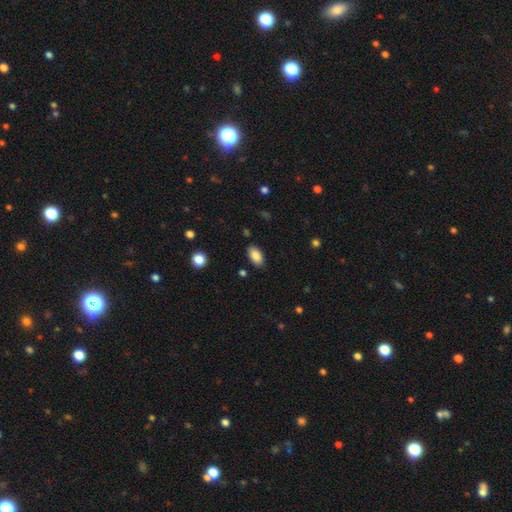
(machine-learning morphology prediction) The model was most divided on "merging": none: 85%, minor disturbance: 11%, major disturbance: 3%, merger: 2%. More confident: how rounded — in between (94%); smooth or featured — smooth (88%).